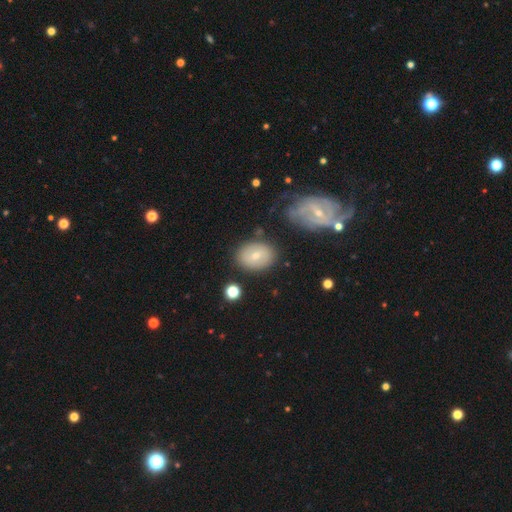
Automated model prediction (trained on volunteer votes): A smooth galaxy with no disk features (62%) that is in between round and cigar-shaped (66%). Merging: none (78%).